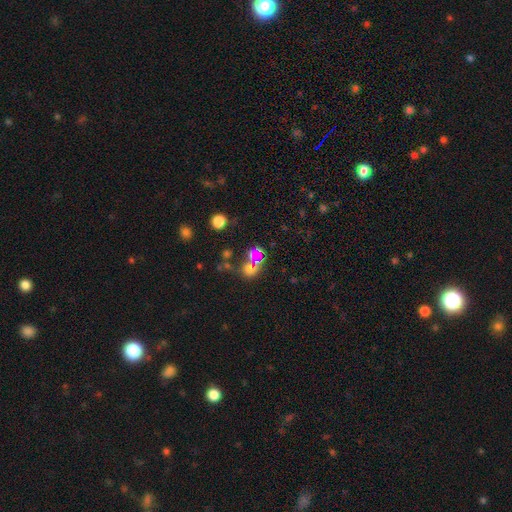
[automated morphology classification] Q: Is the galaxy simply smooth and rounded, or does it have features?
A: smooth — 51%.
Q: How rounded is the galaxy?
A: round — 63%.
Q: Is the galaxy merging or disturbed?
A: merger — 45%.